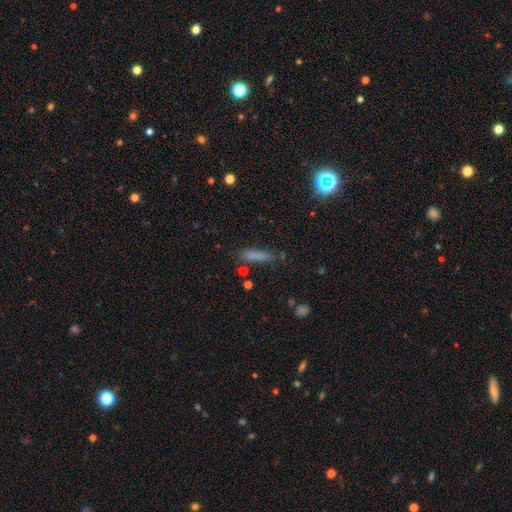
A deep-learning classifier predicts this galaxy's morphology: Smooth or featured? smooth (77%)
How rounded? cigar-shaped (74%)
Merging? none (68%)